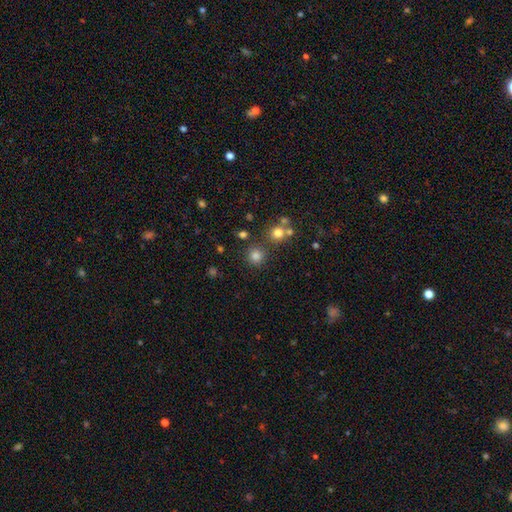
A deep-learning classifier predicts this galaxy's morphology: Smooth or featured? smooth (79%)
How rounded? round (92%)
Merging? none (79%)